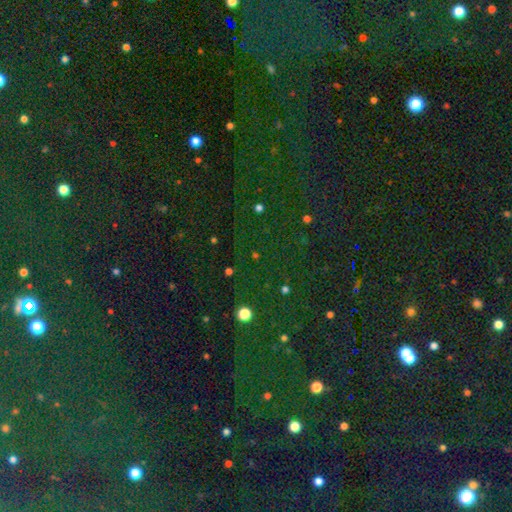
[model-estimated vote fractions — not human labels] Smooth or featured? Predicted: star or artifact (p=0.73).